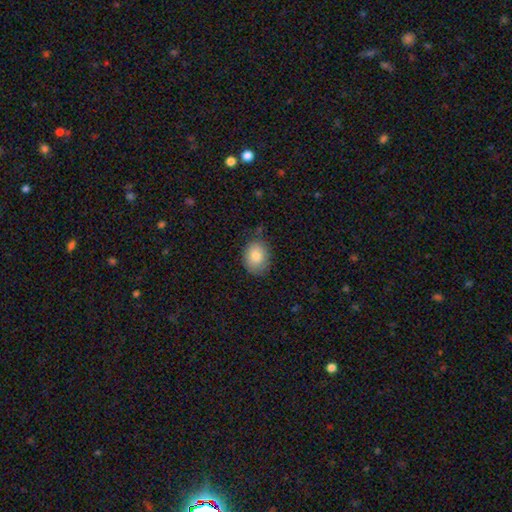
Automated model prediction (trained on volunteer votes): Smooth or featured?
  - smooth: 82% *
  - featured or disk: 10%
  - star or artifact: 8%
How rounded?
  - in between: 57% *
  - round: 42%
  - cigar-shaped: 1%
Merging?
  - none: 77% *
  - minor disturbance: 18%
  - major disturbance: 3%
  - merger: 1%